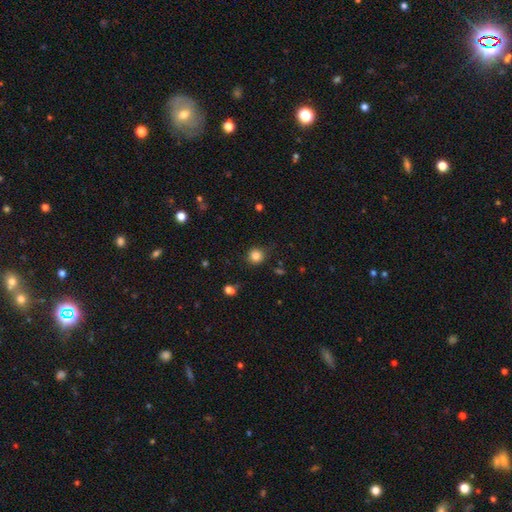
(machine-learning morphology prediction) A smooth galaxy with no disk features (83%) that is round (92%).

Vote fractions:
- Smooth or featured? smooth: 83% / star or artifact: 12% / featured or disk: 5%
- How rounded? round: 92% / in between: 7% / cigar-shaped: 1%
- Merging? none: 85% / minor disturbance: 10% / major disturbance: 3% / merger: 2%